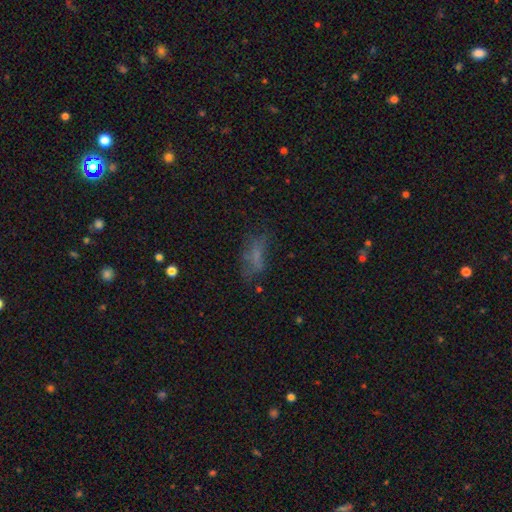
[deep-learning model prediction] Smooth or featured?
  - smooth: 53% *
  - featured or disk: 27%
  - star or artifact: 20%
How rounded?
  - in between: 76% *
  - cigar-shaped: 18%
  - round: 6%
Merging?
  - none: 48% *
  - major disturbance: 24%
  - minor disturbance: 24%
  - merger: 4%